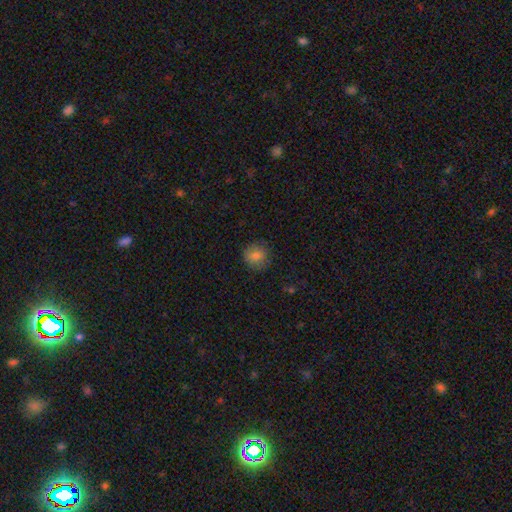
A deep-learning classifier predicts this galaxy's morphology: Smooth or featured? smooth (81%)
How rounded? round (90%)
Merging? none (85%)